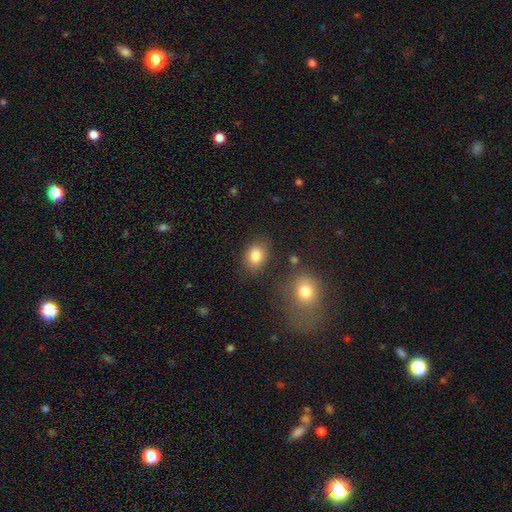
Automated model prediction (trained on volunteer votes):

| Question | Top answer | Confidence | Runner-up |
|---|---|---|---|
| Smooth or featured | smooth | 84% | star or artifact (9%) |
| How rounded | in between | 67% | round (32%) |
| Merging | none | 78% | minor disturbance (13%) |